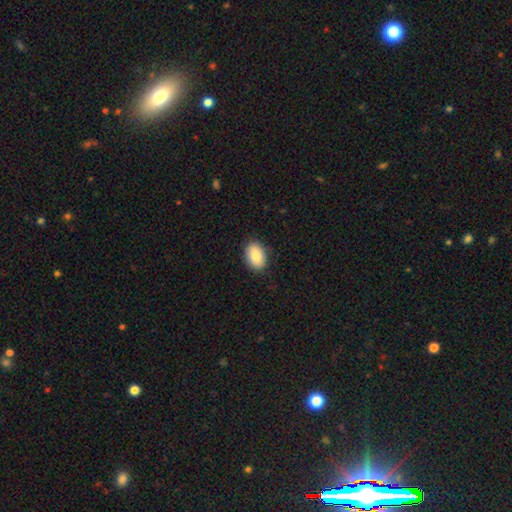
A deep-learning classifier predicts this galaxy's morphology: A smooth galaxy with no disk features (86%) that is in between round and cigar-shaped (85%).

Vote fractions:
- Smooth or featured? smooth: 86% / featured or disk: 7% / star or artifact: 7%
- How rounded? in between: 85% / round: 14% / cigar-shaped: 1%
- Merging? none: 87% / minor disturbance: 10% / major disturbance: 2% / merger: 1%